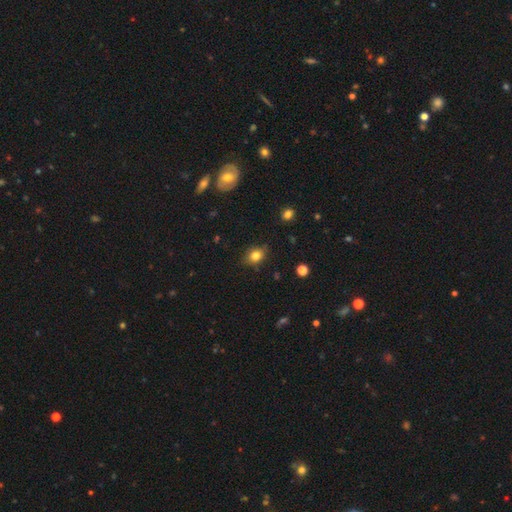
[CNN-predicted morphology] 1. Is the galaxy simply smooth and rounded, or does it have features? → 81% smooth, 11% star or artifact, 8% featured or disk.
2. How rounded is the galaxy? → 52% in between, 46% round, 1% cigar-shaped.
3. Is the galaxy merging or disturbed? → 80% none, 16% minor disturbance, 3% major disturbance, 1% merger.